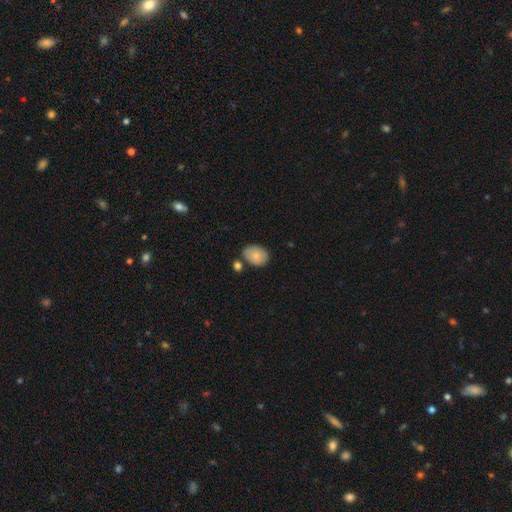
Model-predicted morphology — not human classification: type=smooth (81%); roundness=in between (75%); merging=none (66%).